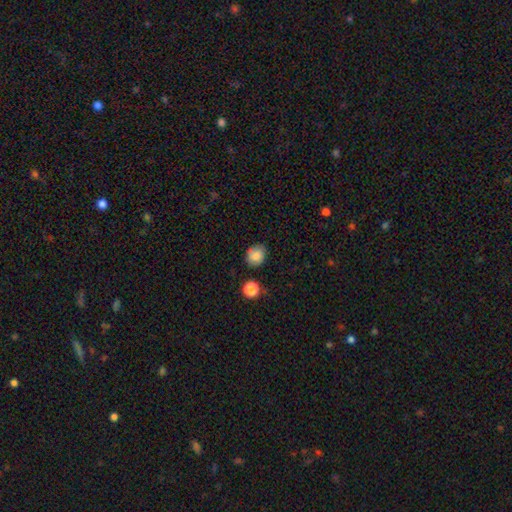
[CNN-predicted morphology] This appears to be a smooth galaxy with no disk features (84%) that is round (72%). Merging: none (79%).